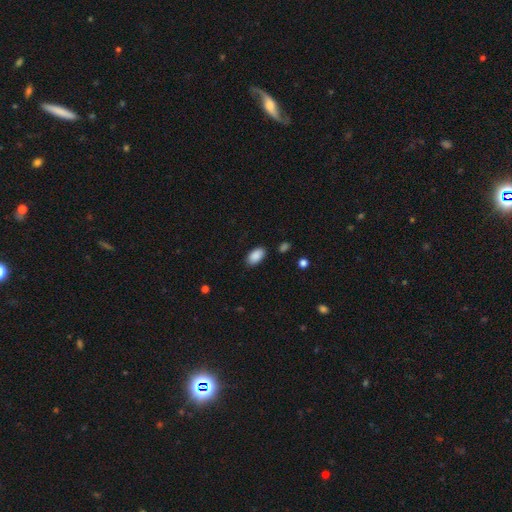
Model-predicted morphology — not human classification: Overall: smooth (89%). How rounded: in between (94%). Merging: none (83%).